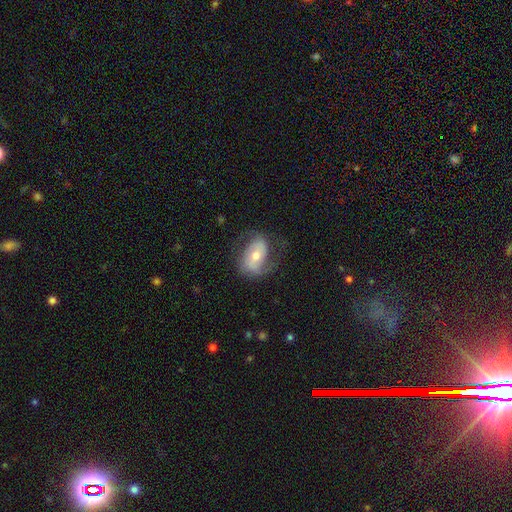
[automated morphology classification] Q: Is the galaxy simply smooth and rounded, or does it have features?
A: featured or disk — 59%.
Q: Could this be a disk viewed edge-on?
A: no — 95%.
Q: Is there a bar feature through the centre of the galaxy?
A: no — 47%.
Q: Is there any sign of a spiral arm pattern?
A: yes — 80%.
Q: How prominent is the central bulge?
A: moderate — 59%.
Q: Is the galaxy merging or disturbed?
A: none — 59%.